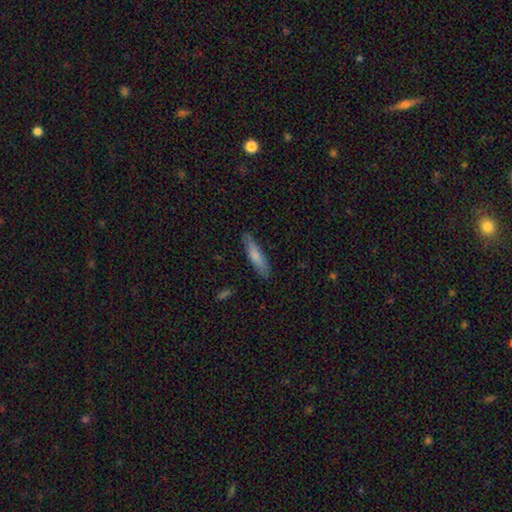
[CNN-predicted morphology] A smooth galaxy with no disk features (76%) that is cigar-shaped (78%).

Vote fractions:
- Smooth or featured? smooth: 76% / featured or disk: 18% / star or artifact: 6%
- How rounded? cigar-shaped: 78% / in between: 20% / round: 1%
- Merging? none: 84% / minor disturbance: 12% / major disturbance: 2% / merger: 1%